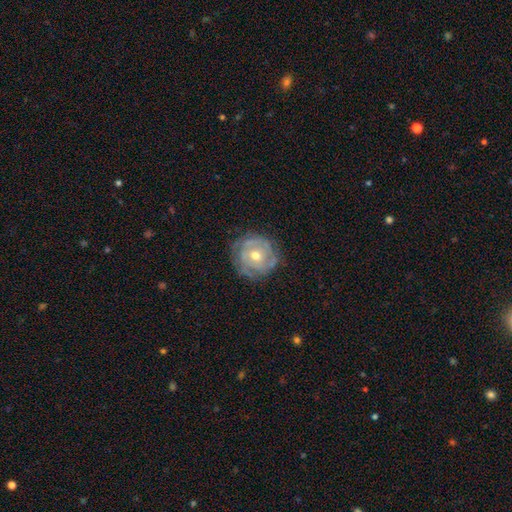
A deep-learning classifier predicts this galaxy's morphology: smooth_or_featured: featured or disk (p=0.77) [alt: smooth p=0.16]
disk_edge_on: no (p=0.97) [alt: yes p=0.03]
bar: no (p=0.73) [alt: weak p=0.22]
has_spiral_arms: yes (p=0.83) [alt: no p=0.17]
spiral_winding: tight (p=0.73) [alt: medium p=0.21]
spiral_arm_count: can't tell (p=0.43) [alt: 2 p=0.22]
bulge_size: moderate (p=0.69) [alt: small p=0.26]
merging: none (p=0.75) [alt: minor disturbance p=0.18]